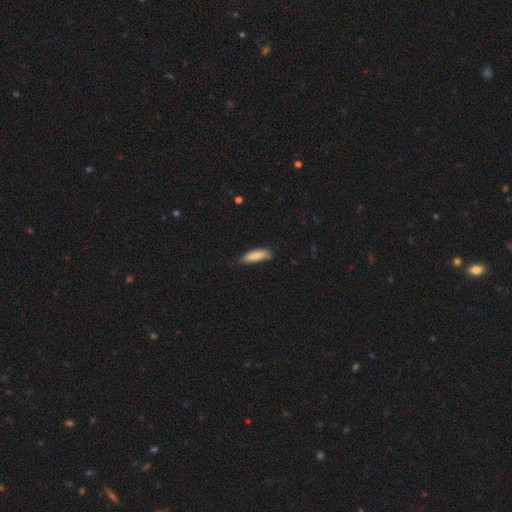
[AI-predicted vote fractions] A smooth galaxy with no disk features (86%) that is cigar-shaped (57%).

Vote fractions:
- Smooth or featured? smooth: 86% / featured or disk: 8% / star or artifact: 6%
- How rounded? cigar-shaped: 57% / in between: 42% / round: 1%
- Merging? none: 69% / minor disturbance: 25% / major disturbance: 4% / merger: 2%